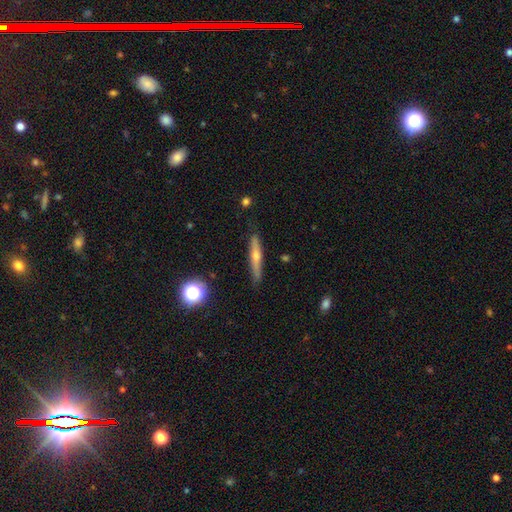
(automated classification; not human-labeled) smooth_or_featured: featured or disk (p=0.57) [alt: smooth p=0.35]
disk_edge_on: yes (p=0.94) [alt: no p=0.06]
edge_on_bulge: rounded (p=0.87) [alt: none p=0.10]
merging: none (p=0.87) [alt: minor disturbance p=0.10]